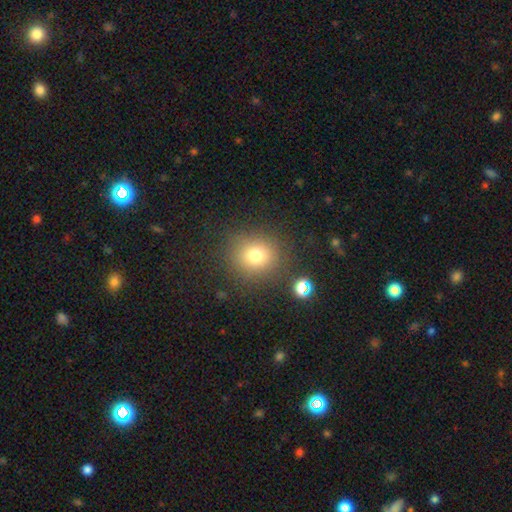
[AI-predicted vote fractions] Morphology: type=smooth (75%); roundness=round (82%); merging=none (82%).